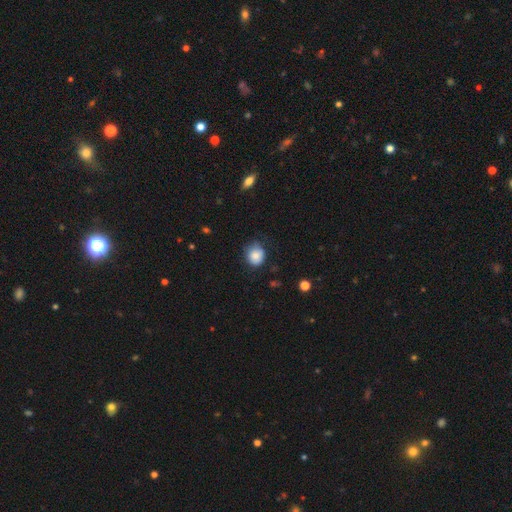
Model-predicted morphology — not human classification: This is clearly a smooth galaxy (84%). How rounded: likely round (72%). Merging: likely none (63%).